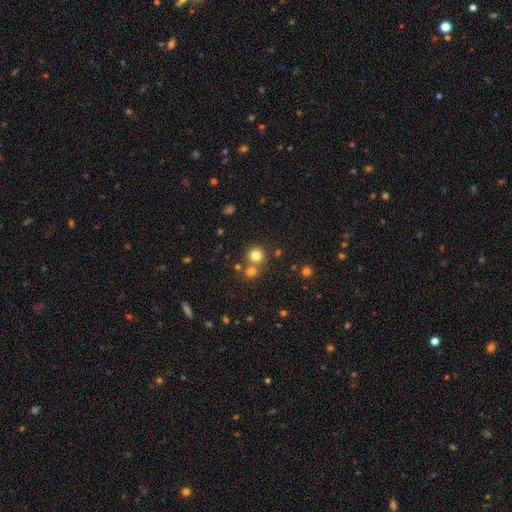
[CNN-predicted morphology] Smooth or featured: smooth — 79% (star or artifact — 14%)
How rounded: round — 93% (in between — 6%)
Merging: none — 67% (merger — 24%)